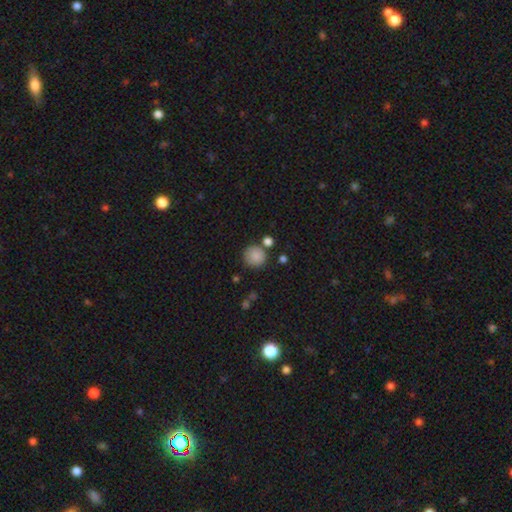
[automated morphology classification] smooth 85%, star or artifact 9%, featured or disk 6%. Down the decision tree: how rounded — round (92%); merging — none (76%).